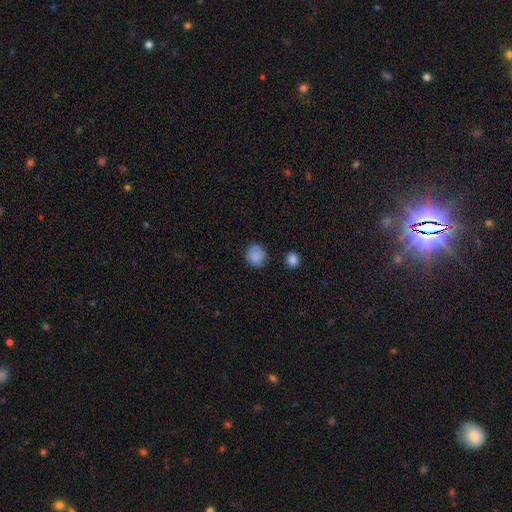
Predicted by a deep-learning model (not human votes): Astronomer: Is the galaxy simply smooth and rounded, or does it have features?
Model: smooth — 85%.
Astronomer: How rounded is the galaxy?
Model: round — 79%.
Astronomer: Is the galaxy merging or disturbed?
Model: none — 78%.